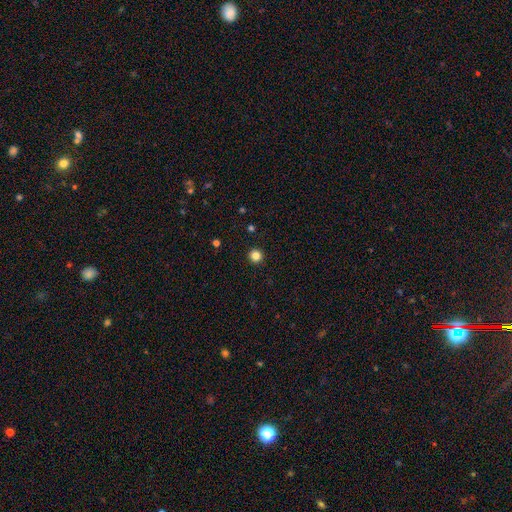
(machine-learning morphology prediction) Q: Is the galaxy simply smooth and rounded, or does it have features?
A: smooth — 84%.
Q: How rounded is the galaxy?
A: round — 96%.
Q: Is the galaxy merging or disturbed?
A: none — 94%.